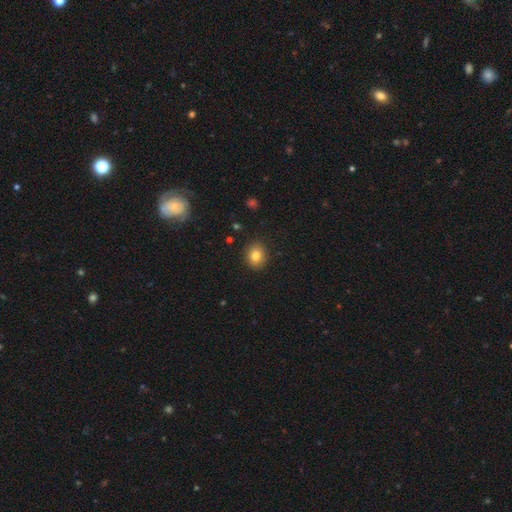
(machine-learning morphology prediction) The model was most divided on "how rounded": round: 69%, in between: 30%, cigar-shaped: 1%. More confident: merging — none (88%); smooth or featured — smooth (82%).